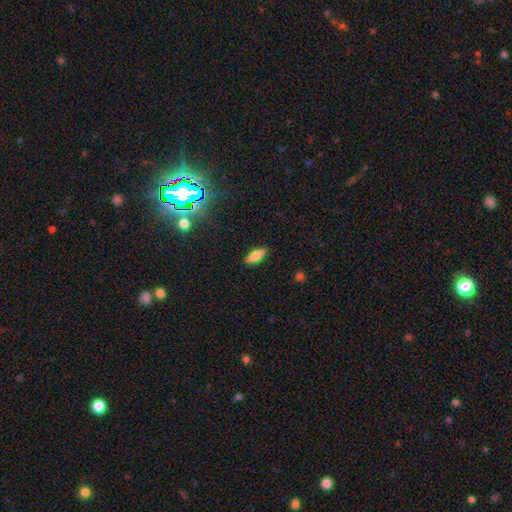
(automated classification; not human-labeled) Smooth or featured?
  - smooth: 69% *
  - featured or disk: 22%
  - star or artifact: 9%
How rounded?
  - in between: 67% *
  - cigar-shaped: 30%
  - round: 3%
Merging?
  - none: 88% *
  - minor disturbance: 8%
  - major disturbance: 2%
  - merger: 1%